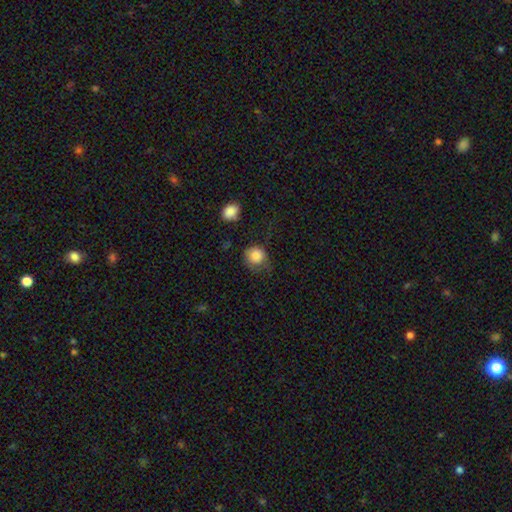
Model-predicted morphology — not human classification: type=smooth (84%); roundness=round (83%); merging=none (51%).